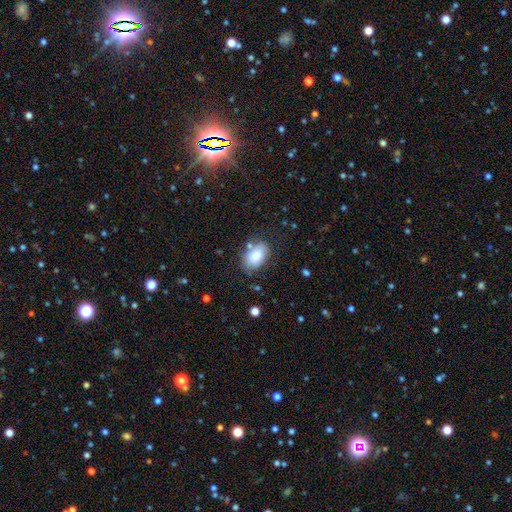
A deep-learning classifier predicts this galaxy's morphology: This is clearly a smooth galaxy (82%). How rounded: clearly in between (91%). Merging: likely none (70%).